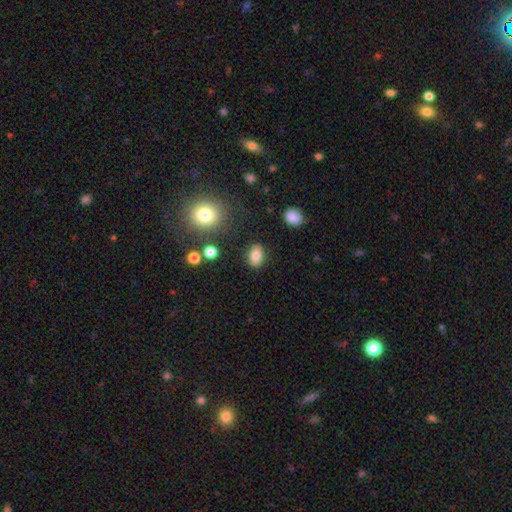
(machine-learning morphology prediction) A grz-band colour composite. It shows a smooth galaxy with no disk features (80%) that is in between round and cigar-shaped (73%). Merging: none (84%).